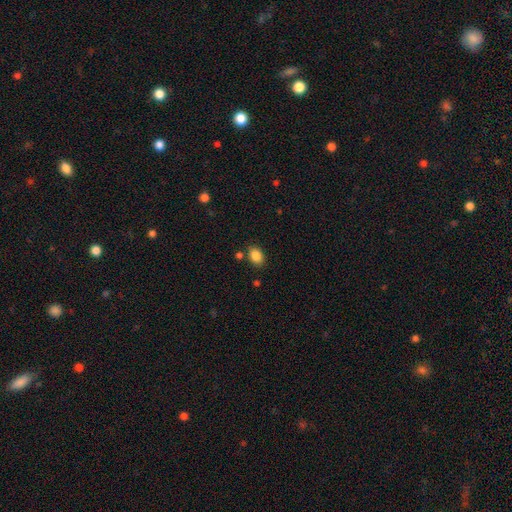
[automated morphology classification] type=smooth (86%); roundness=in between (74%); merging=none (78%).